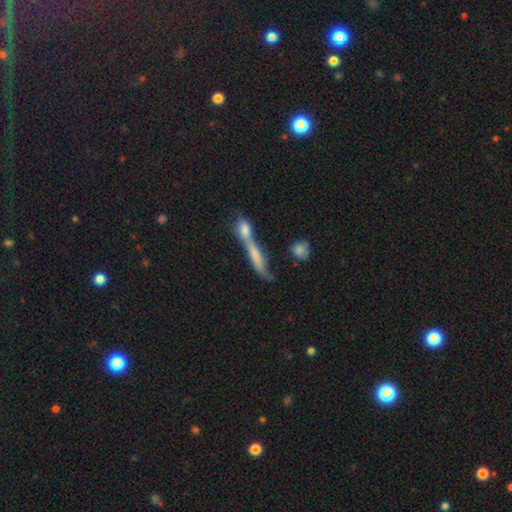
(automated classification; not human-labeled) smooth-or-featured: smooth: 56% | featured or disk: 35% | star or artifact: 9%
  how-rounded: cigar-shaped: 76% | in between: 20% | round: 4%
  merging: merger: 62% | none: 22% | minor disturbance: 9% | major disturbance: 7%